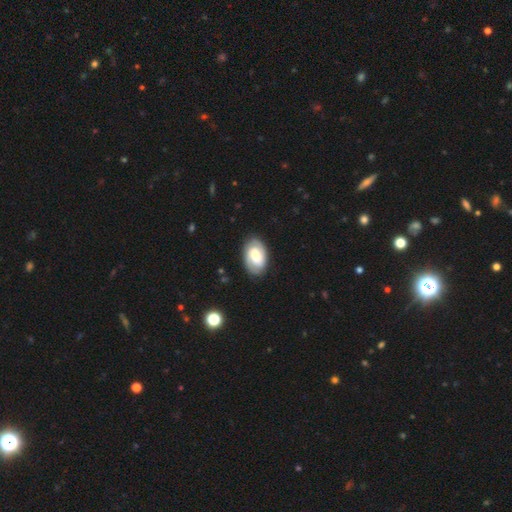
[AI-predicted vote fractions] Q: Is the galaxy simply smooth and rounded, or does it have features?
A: featured or disk — 60%.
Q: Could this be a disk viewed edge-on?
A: no — 96%.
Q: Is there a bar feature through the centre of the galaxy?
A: weak — 42%.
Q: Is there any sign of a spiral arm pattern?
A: yes — 83%.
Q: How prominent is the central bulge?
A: moderate — 50%.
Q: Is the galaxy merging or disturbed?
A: none — 84%.